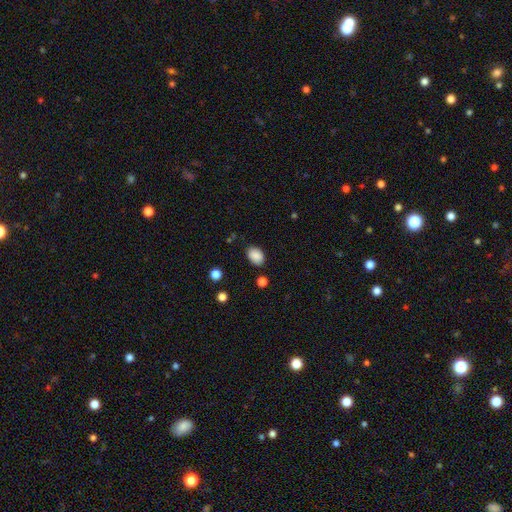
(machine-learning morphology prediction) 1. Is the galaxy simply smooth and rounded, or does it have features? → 88% smooth, 8% star or artifact, 4% featured or disk.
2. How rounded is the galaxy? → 82% in between, 17% round, 1% cigar-shaped.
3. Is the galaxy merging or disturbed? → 82% none, 13% minor disturbance, 3% major disturbance, 2% merger.